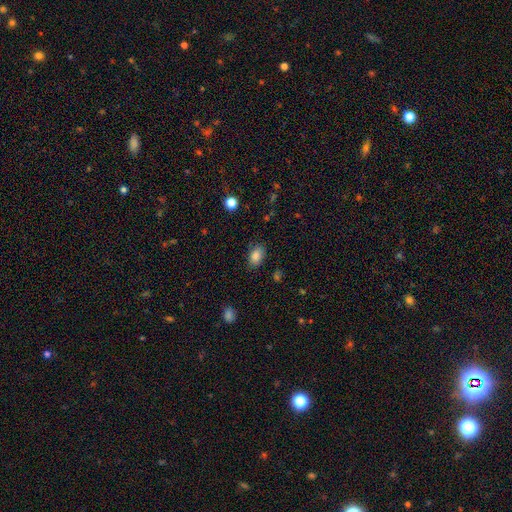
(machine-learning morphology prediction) smooth-or-featured: smooth: 85% | star or artifact: 9% | featured or disk: 6%
  how-rounded: in between: 85% | round: 14% | cigar-shaped: 1%
  merging: none: 82% | minor disturbance: 13% | major disturbance: 3% | merger: 1%